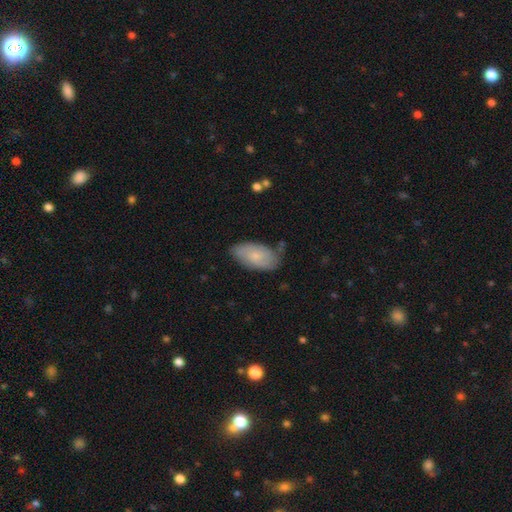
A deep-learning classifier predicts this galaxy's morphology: smooth 69%, featured or disk 25%, star or artifact 6%. Down the decision tree: how rounded — in between (94%); merging — none (70%).